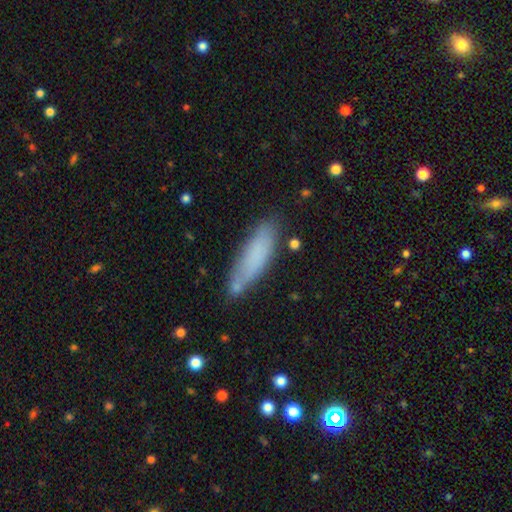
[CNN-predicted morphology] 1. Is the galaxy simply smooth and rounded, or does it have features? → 78% smooth, 14% featured or disk, 8% star or artifact.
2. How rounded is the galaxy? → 62% cigar-shaped, 36% in between, 2% round.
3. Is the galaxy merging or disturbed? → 72% none, 19% minor disturbance, 4% merger, 4% major disturbance.